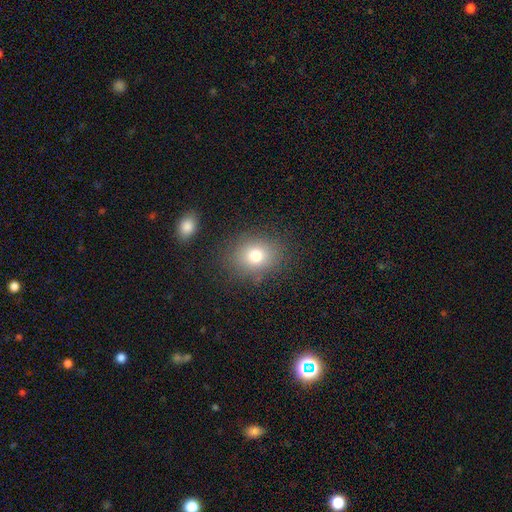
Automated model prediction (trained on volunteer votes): Smooth or featured?
  - smooth: 76% *
  - star or artifact: 14%
  - featured or disk: 10%
How rounded?
  - round: 56% *
  - in between: 43%
  - cigar-shaped: 1%
Merging?
  - none: 82% *
  - minor disturbance: 11%
  - major disturbance: 4%
  - merger: 3%